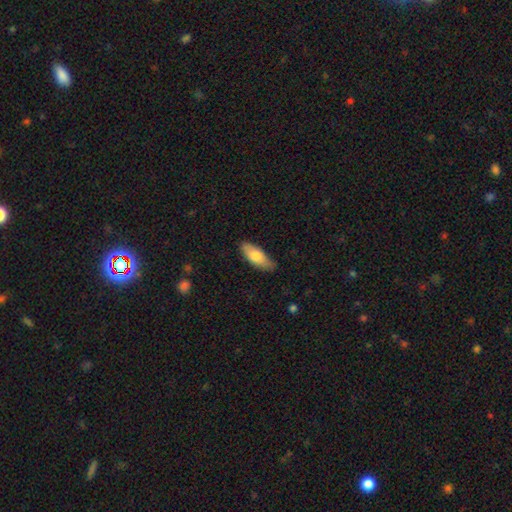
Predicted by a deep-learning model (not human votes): This is likely a smooth galaxy (75%). How rounded: likely in between (75%). Merging: likely none (76%).